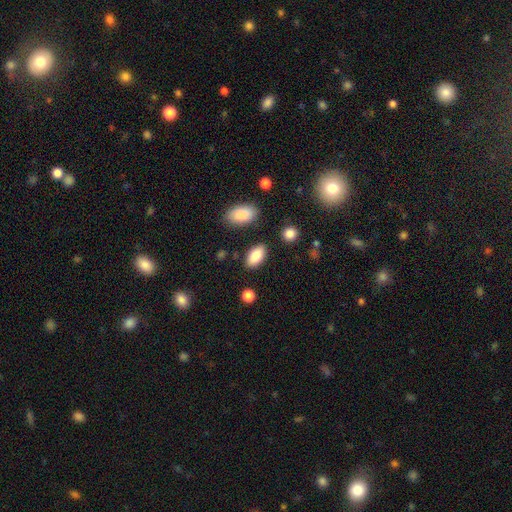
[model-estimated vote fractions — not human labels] smooth-or-featured: smooth: 85% | featured or disk: 8% | star or artifact: 7%
  how-rounded: in between: 92% | cigar-shaped: 5% | round: 3%
  merging: none: 84% | minor disturbance: 10% | merger: 3% | major disturbance: 3%